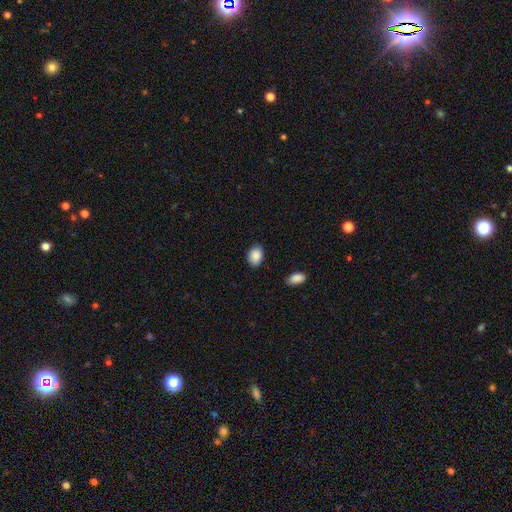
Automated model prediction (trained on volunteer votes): Q: Smooth or featured?
A: smooth (88%); runner-up: star or artifact (7%)
Q: How rounded?
A: in between (74%); runner-up: round (25%)
Q: Merging?
A: none (84%); runner-up: minor disturbance (12%)